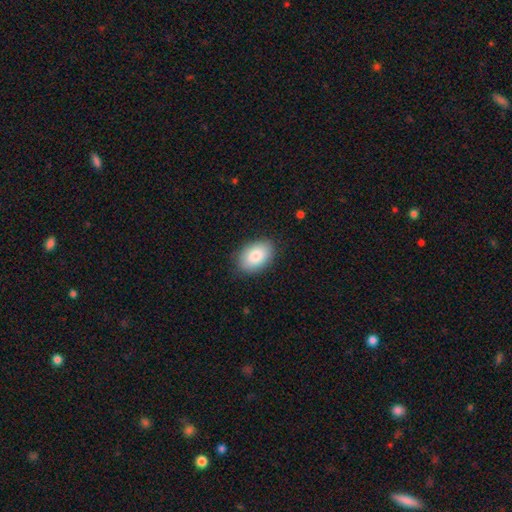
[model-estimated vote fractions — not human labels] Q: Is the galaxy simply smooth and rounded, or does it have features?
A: smooth — 85%.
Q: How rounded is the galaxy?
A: in between — 89%.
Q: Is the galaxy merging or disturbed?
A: none — 86%.